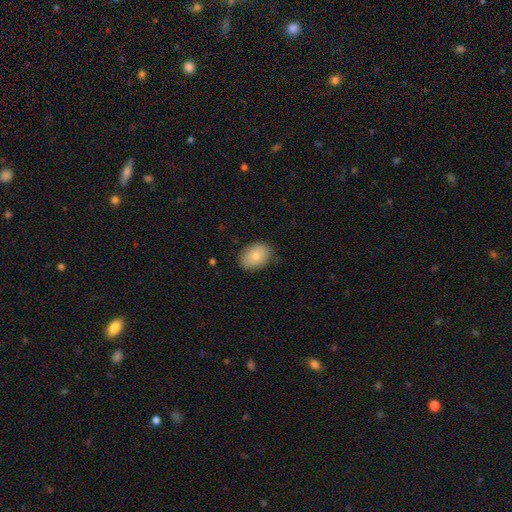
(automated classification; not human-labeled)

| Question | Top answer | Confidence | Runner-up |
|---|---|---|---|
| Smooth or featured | smooth | 83% | featured or disk (10%) |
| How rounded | in between | 73% | round (26%) |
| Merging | none | 83% | minor disturbance (14%) |